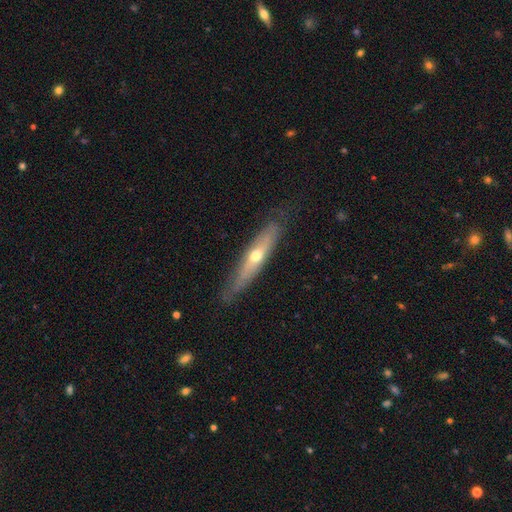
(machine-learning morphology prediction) This appears to be a featured or disk galaxy (56%) viewed edge-on (71%). Merging: none (78%).